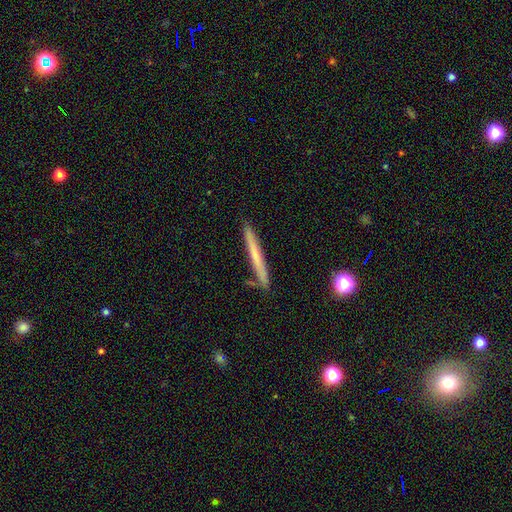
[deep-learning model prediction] This is possibly a smooth galaxy (55%). How rounded: clearly cigar-shaped (97%). Merging: clearly none (88%).